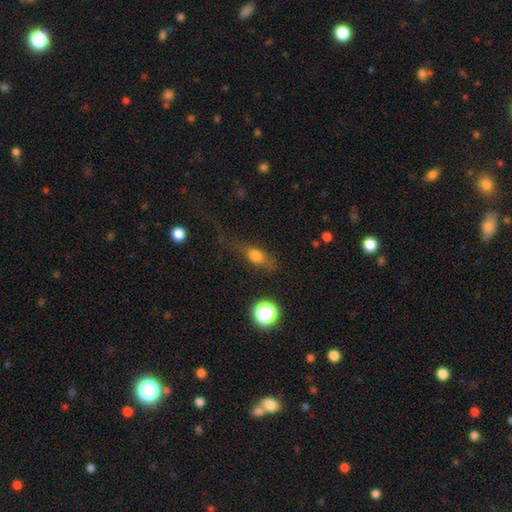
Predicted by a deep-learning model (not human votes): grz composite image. It shows a smooth galaxy with no disk features (71%) that is in between round and cigar-shaped (65%). Merging: none (54%).